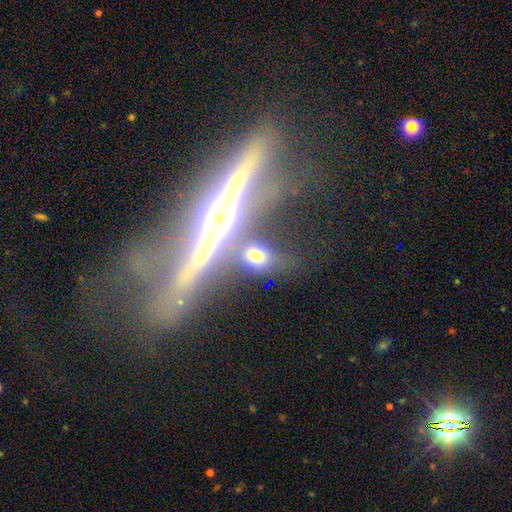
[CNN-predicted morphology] This is possibly a smooth galaxy (55%). How rounded: likely in between (66%). Merging: possibly none (56%).